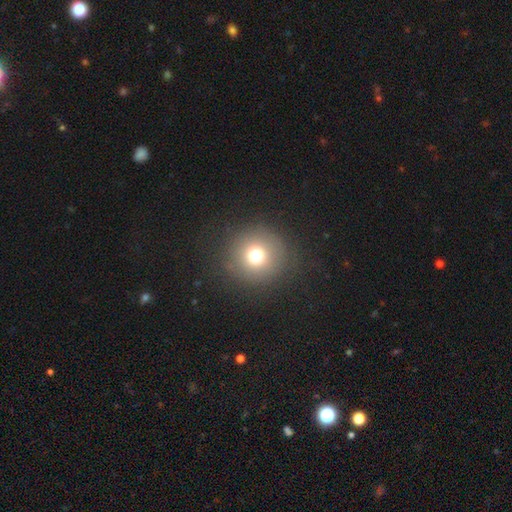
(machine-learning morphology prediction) This is likely a smooth galaxy (73%). How rounded: clearly round (94%). Merging: clearly none (88%).